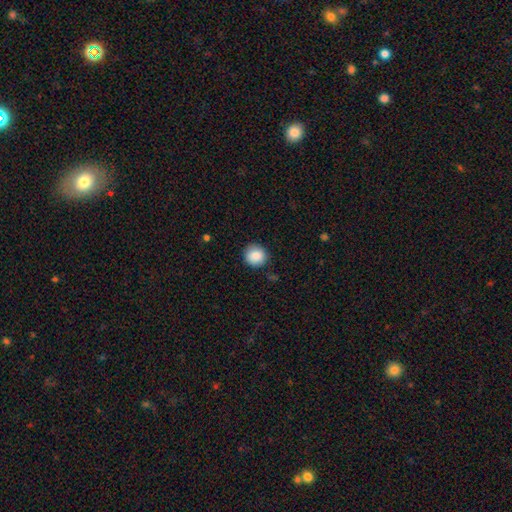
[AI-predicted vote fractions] smooth_or_featured: smooth (p=0.88) [alt: star or artifact p=0.08]
how_rounded: round (p=0.90) [alt: in between p=0.09]
merging: none (p=0.88) [alt: minor disturbance p=0.09]